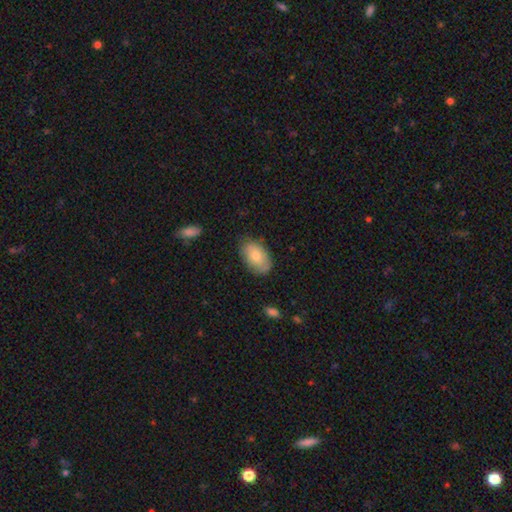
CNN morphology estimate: smooth 73%, featured or disk 20%, star or artifact 6%. Down the decision tree: how rounded — in between (91%); merging — none (76%).